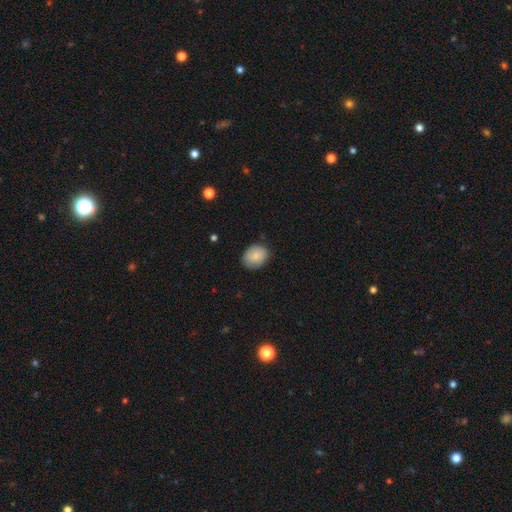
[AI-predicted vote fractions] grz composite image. It shows a smooth galaxy with no disk features (83%) that is in between round and cigar-shaped (55%). Merging: none (78%).